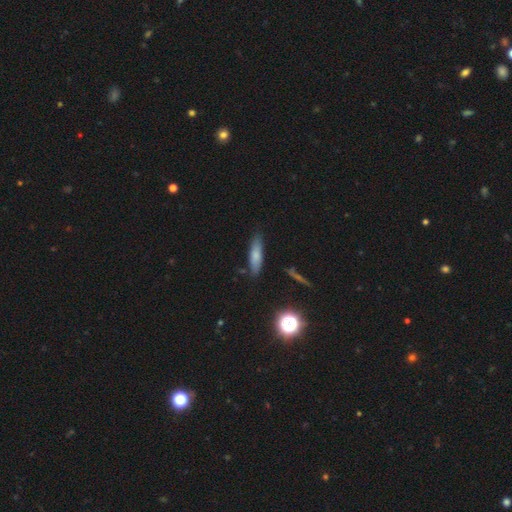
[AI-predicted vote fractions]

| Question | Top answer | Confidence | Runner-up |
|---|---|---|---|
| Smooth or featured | smooth | 75% | featured or disk (16%) |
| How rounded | cigar-shaped | 62% | in between (35%) |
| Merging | none | 80% | minor disturbance (14%) |